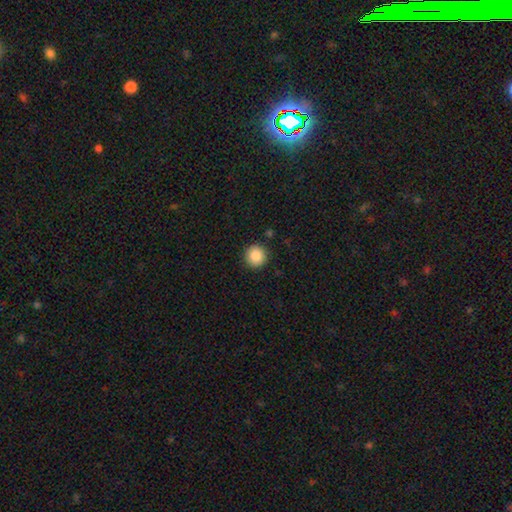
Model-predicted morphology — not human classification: Overall: smooth (87%). How rounded: round (94%). Merging: none (91%).